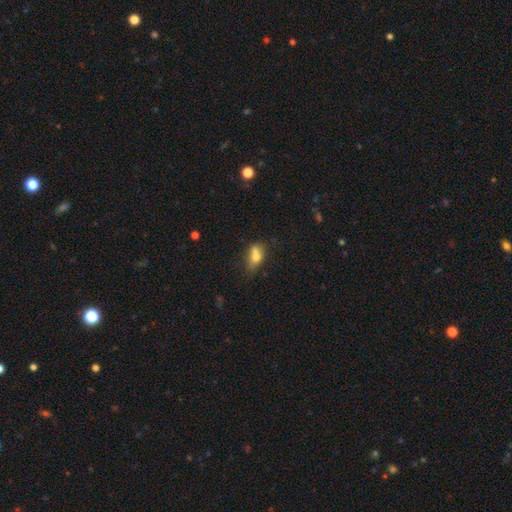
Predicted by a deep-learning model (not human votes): A smooth galaxy with no disk features (68%) that is in between round and cigar-shaped (73%).

Vote fractions:
- Smooth or featured? smooth: 68% / featured or disk: 21% / star or artifact: 11%
- How rounded? in between: 73% / round: 19% / cigar-shaped: 8%
- Merging? merger: 40% / none: 32% / minor disturbance: 19% / major disturbance: 9%